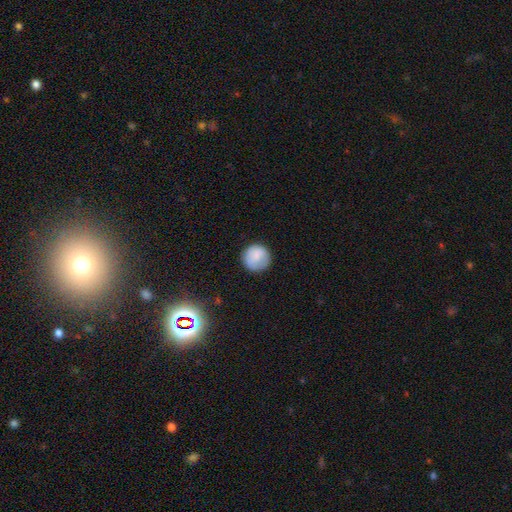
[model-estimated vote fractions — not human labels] This is clearly a smooth galaxy (83%). How rounded: clearly round (93%). Merging: clearly none (80%).